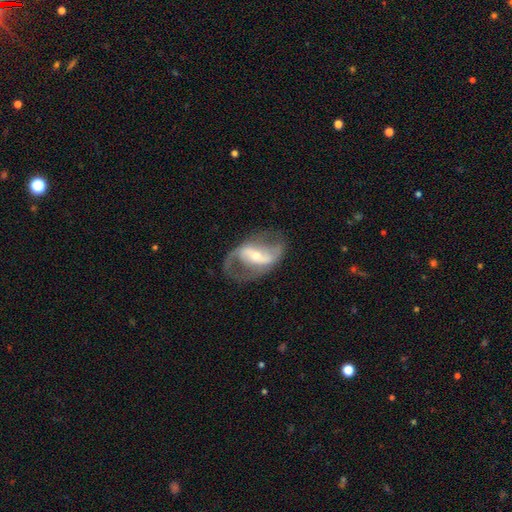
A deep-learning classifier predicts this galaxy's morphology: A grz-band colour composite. It shows a featured or disk galaxy (85%) with a strong bar (50%), 2 (88%) loose (49%) spiral arms (89%) and a small central bulge (49%). Merging: none (68%).